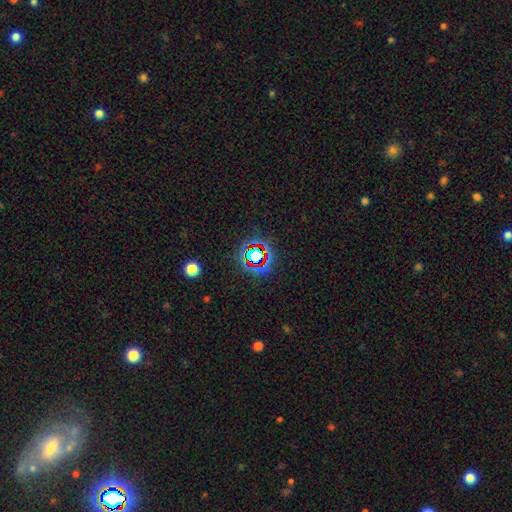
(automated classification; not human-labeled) The model was most divided on "smooth or featured": star or artifact: 71%, smooth: 17%, featured or disk: 11%.